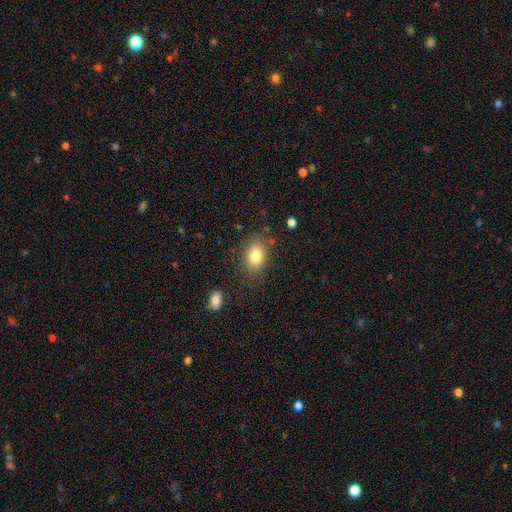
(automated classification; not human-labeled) This appears to be a smooth galaxy with no disk features (81%) that is in between round and cigar-shaped (82%). Merging: none (79%).